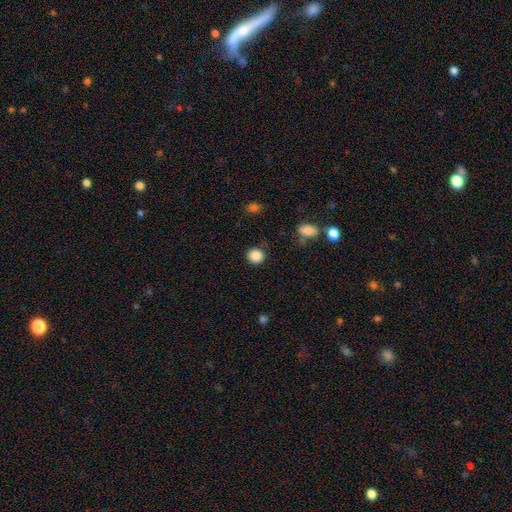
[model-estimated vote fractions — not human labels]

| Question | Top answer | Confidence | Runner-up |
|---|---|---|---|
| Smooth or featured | smooth | 87% | star or artifact (9%) |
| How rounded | round | 89% | in between (10%) |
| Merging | none | 88% | minor disturbance (8%) |